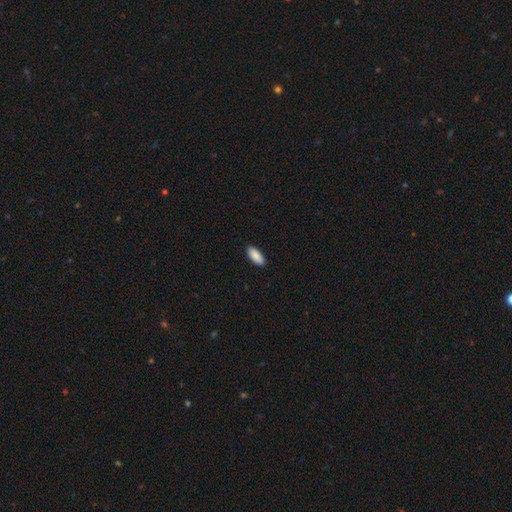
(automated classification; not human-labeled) Smooth or featured?
  - smooth: 90% *
  - star or artifact: 6%
  - featured or disk: 4%
How rounded?
  - in between: 83% *
  - cigar-shaped: 16%
  - round: 2%
Merging?
  - none: 91% *
  - minor disturbance: 7%
  - major disturbance: 2%
  - merger: 1%